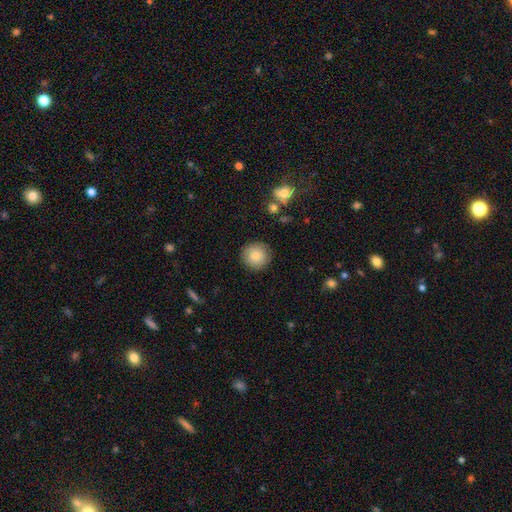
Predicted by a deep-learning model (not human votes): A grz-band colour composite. It shows a smooth galaxy with no disk features (81%) that is round (93%). Merging: none (87%).